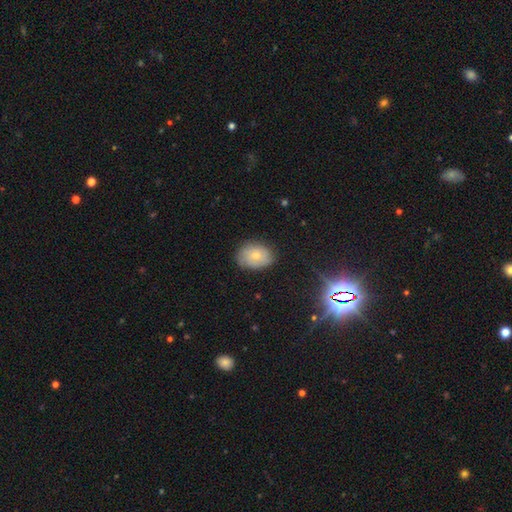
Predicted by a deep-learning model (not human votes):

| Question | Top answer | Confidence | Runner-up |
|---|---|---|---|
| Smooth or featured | smooth | 65% | featured or disk (26%) |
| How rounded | in between | 66% | round (33%) |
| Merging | none | 78% | minor disturbance (17%) |